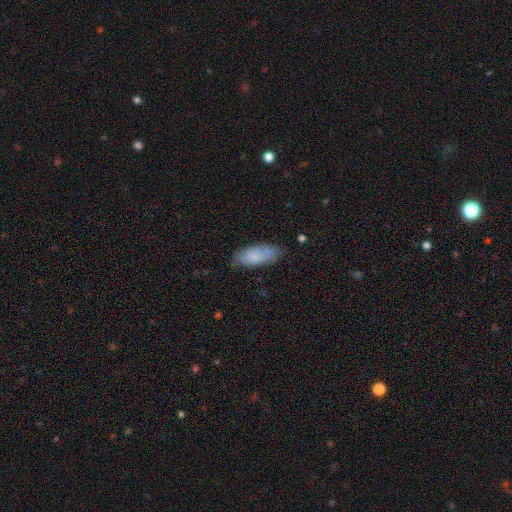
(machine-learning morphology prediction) Smooth or featured? Predicted: smooth (p=0.80). How rounded? Predicted: in between (p=0.77). Merging? Predicted: none (p=0.75).